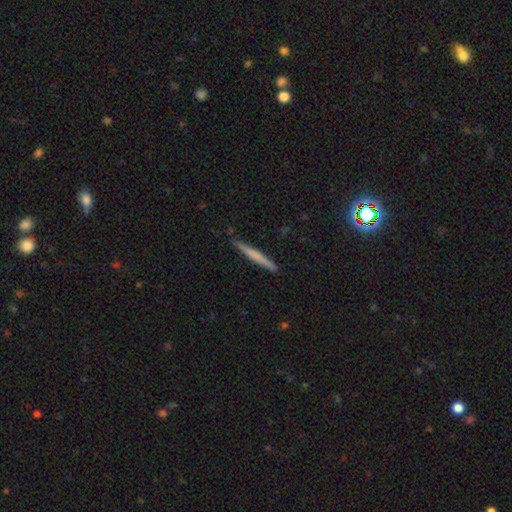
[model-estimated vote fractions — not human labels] smooth_or_featured: smooth (p=0.56) [alt: featured or disk p=0.38]
how_rounded: cigar-shaped (p=0.97) [alt: in between p=0.02]
merging: none (p=0.89) [alt: minor disturbance p=0.08]